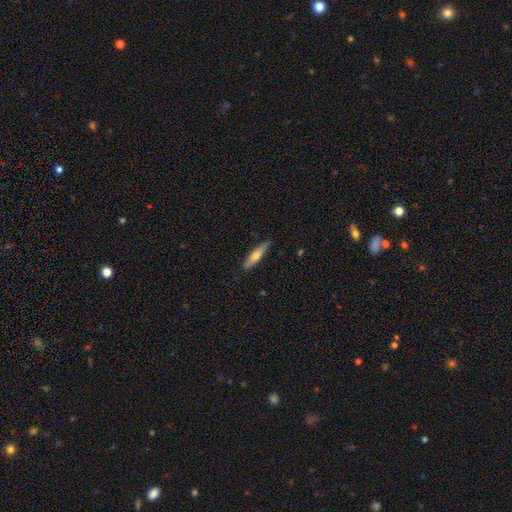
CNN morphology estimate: Smooth or featured? smooth (59%)
How rounded? cigar-shaped (79%)
Merging? none (87%)